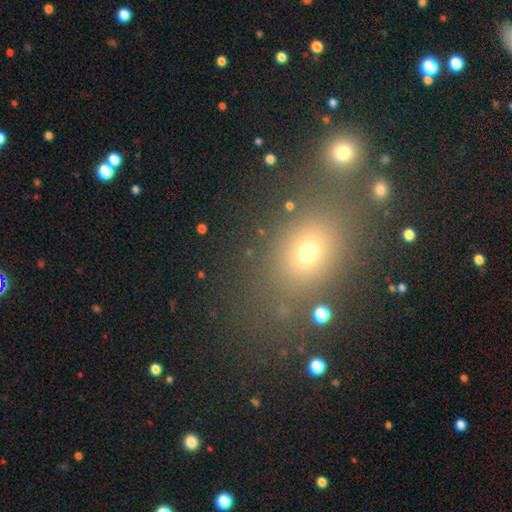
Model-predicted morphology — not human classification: The model was most divided on "how rounded": in between: 54%, round: 44%, cigar-shaped: 3%. More confident: merging — none (77%); smooth or featured — smooth (53%).